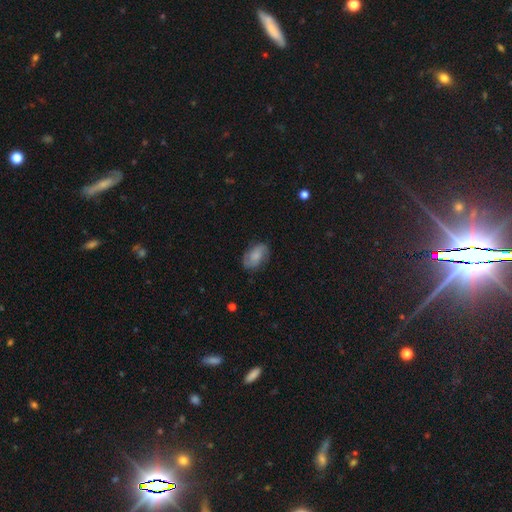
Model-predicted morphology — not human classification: This is possibly a smooth galaxy (50%). How rounded: clearly in between (89%). Merging: likely none (74%).